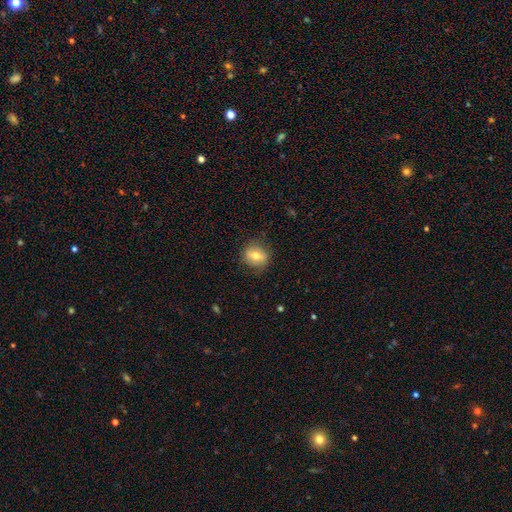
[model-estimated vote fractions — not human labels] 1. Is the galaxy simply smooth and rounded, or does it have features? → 63% smooth, 29% featured or disk, 9% star or artifact.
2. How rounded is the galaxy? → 59% round, 39% in between, 2% cigar-shaped.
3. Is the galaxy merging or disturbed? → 81% none, 14% minor disturbance, 4% major disturbance, 1% merger.